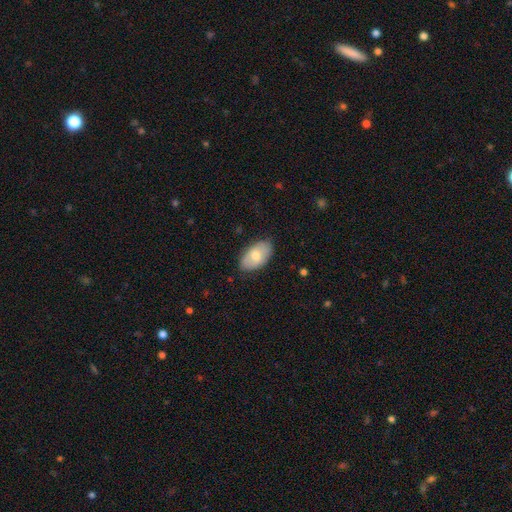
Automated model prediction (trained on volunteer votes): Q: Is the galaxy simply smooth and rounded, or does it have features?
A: smooth — 70%.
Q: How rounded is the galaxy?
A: in between — 94%.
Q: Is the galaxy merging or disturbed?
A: none — 81%.